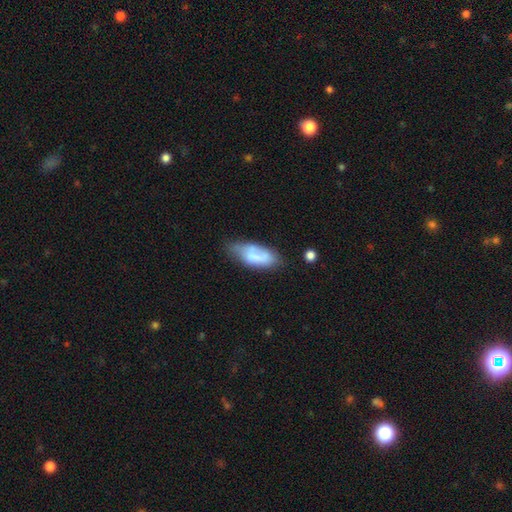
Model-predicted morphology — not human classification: Smooth or featured?
  - smooth: 66% *
  - featured or disk: 27%
  - star or artifact: 8%
How rounded?
  - in between: 85% *
  - cigar-shaped: 13%
  - round: 2%
Merging?
  - none: 48% *
  - minor disturbance: 33%
  - major disturbance: 13%
  - merger: 6%